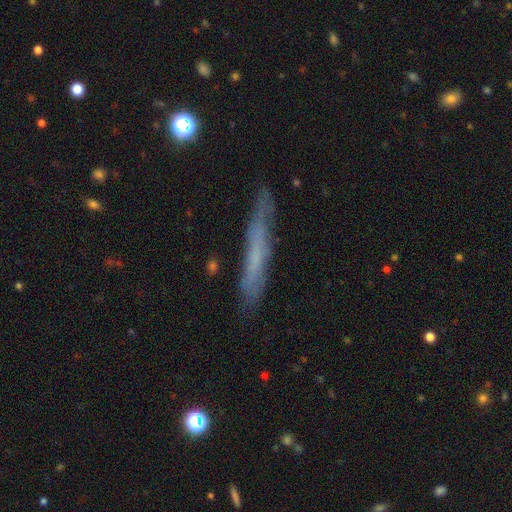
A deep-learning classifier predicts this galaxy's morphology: smooth 46%, featured or disk 45%, star or artifact 8%. Down the decision tree: merging — none (80%).